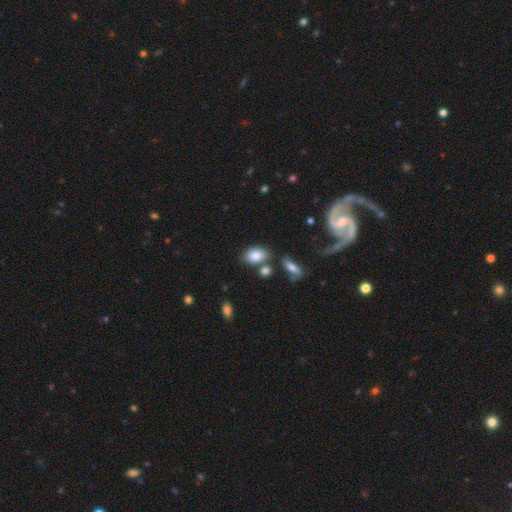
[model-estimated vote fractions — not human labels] Morphology: type=smooth (85%); roundness=in between (87%); merging=none (65%).